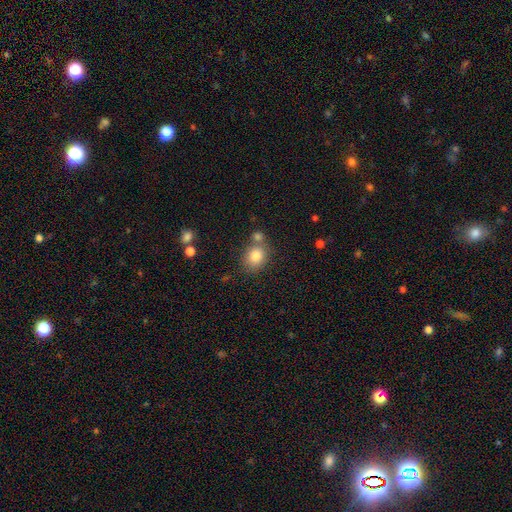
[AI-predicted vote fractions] Overall: smooth (82%). How rounded: round (62%; in between 38%). Merging: none (61%; merger 23%).